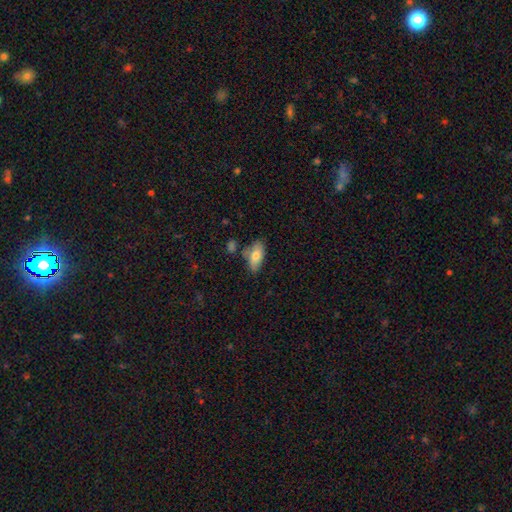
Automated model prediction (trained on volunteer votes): Smooth or featured? Predicted: smooth (p=0.75). How rounded? Predicted: in between (p=0.88). Merging? Predicted: none (p=0.67).